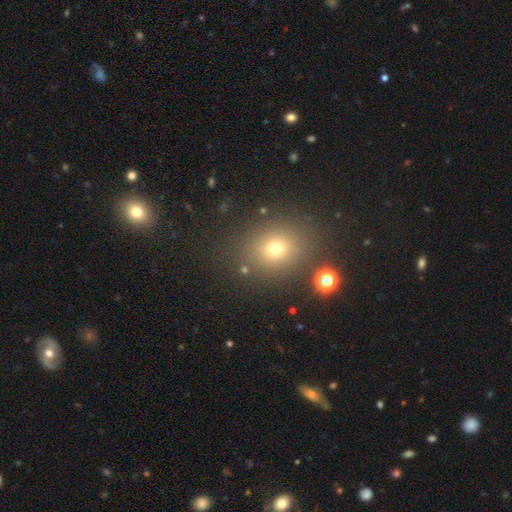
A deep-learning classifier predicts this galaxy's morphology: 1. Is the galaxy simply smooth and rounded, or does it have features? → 62% smooth, 29% star or artifact, 10% featured or disk.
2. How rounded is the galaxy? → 58% round, 41% in between, 1% cigar-shaped.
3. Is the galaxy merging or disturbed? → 85% none, 8% minor disturbance, 4% merger, 3% major disturbance.